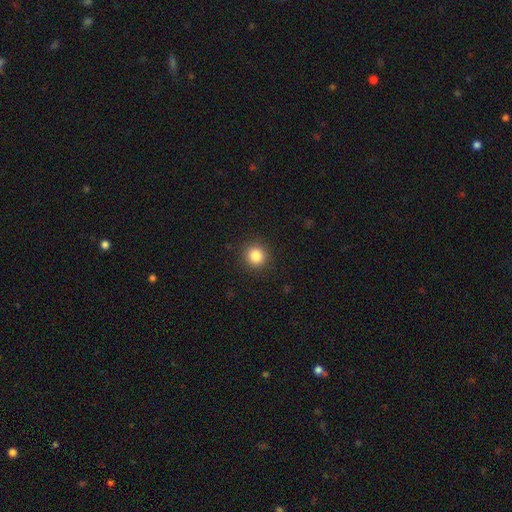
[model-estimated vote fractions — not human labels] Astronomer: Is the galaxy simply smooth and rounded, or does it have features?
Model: smooth — 85%.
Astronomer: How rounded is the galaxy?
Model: round — 93%.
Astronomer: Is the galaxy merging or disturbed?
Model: none — 91%.